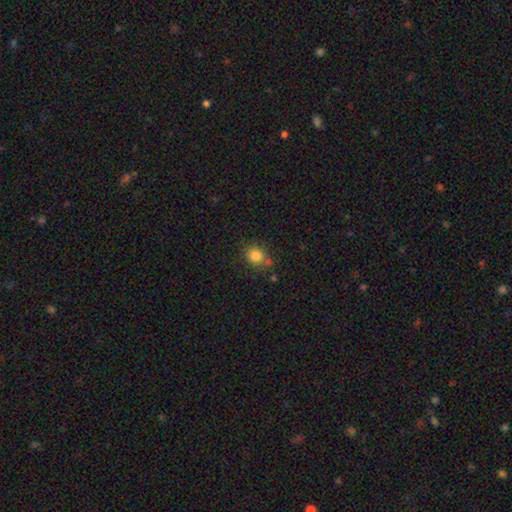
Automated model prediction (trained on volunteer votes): The model was most divided on "merging": none: 70%, minor disturbance: 16%, merger: 10%, major disturbance: 4%. More confident: smooth or featured — smooth (83%); how rounded — round (79%).